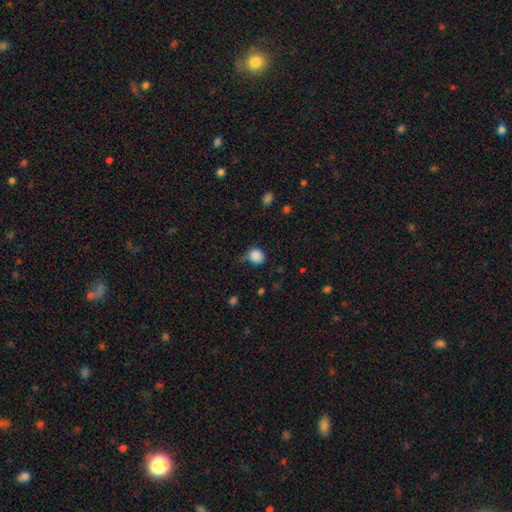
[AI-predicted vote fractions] Smooth or featured: smooth — 85% (star or artifact — 10%)
How rounded: round — 74% (in between — 25%)
Merging: none — 51% (minor disturbance — 34%)